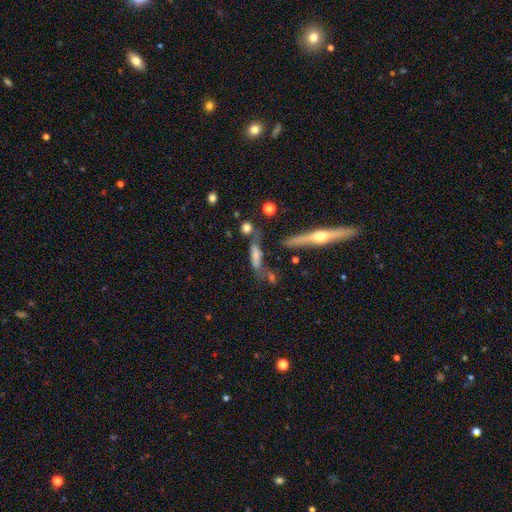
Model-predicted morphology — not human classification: Q: Smooth or featured?
A: featured or disk (53%); runner-up: smooth (34%)
Q: Edge-on disk?
A: yes (77%); runner-up: no (23%)
Q: Merging?
A: none (50%); runner-up: minor disturbance (19%)